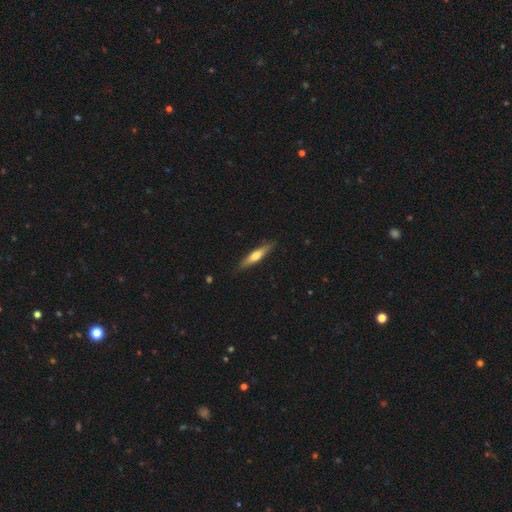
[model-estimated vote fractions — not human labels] This appears to be a smooth galaxy with no disk features (54%) that is cigar-shaped (83%). Merging: none (87%).